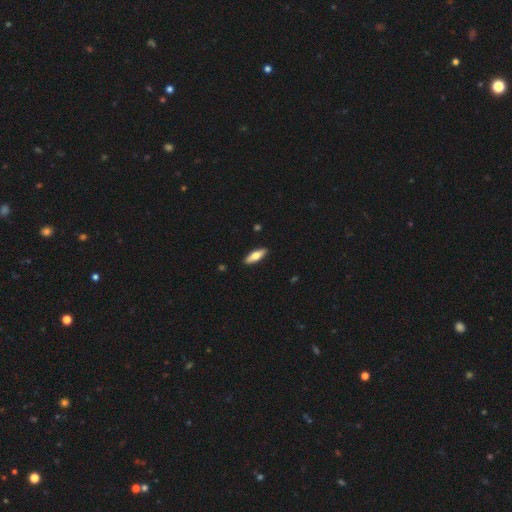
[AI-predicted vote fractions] smooth_or_featured: smooth (p=0.68) [alt: featured or disk p=0.27]
how_rounded: in between (p=0.58) [alt: cigar-shaped p=0.39]
merging: none (p=0.91) [alt: minor disturbance p=0.07]